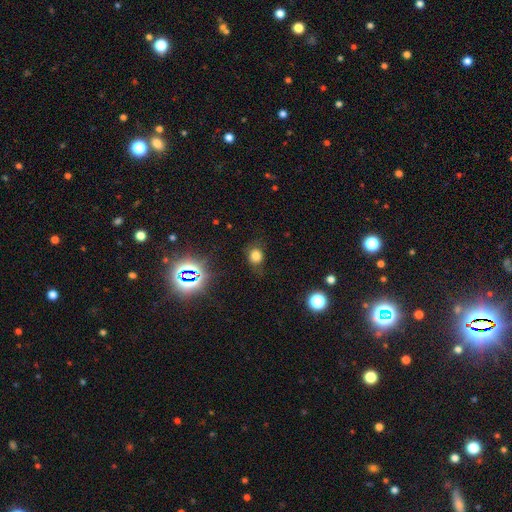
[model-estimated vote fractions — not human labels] A smooth galaxy with no disk features (72%) that is round (67%). Merging: none (70%).